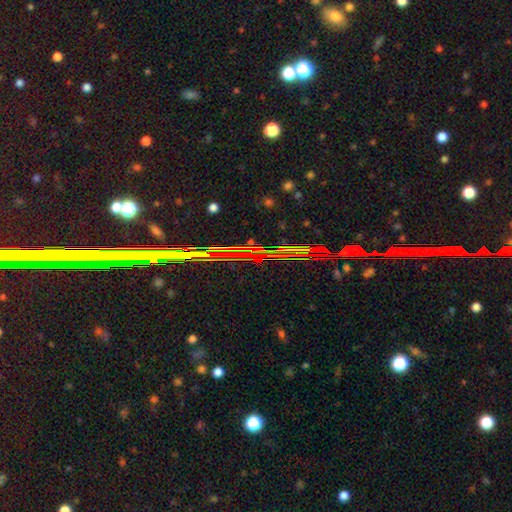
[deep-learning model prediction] Overall: star or artifact (80%).